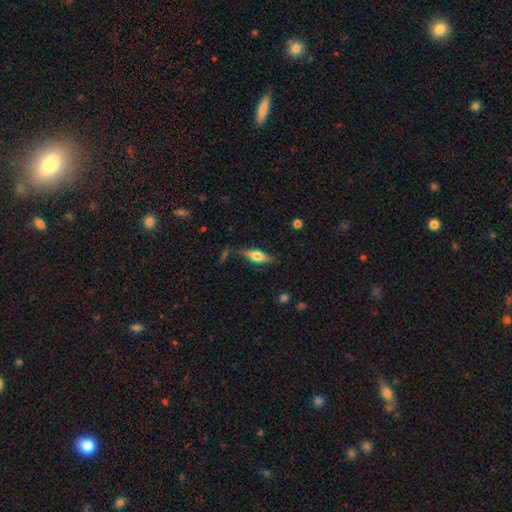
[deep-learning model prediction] A featured or disk galaxy (49%). Merging: none (72%).